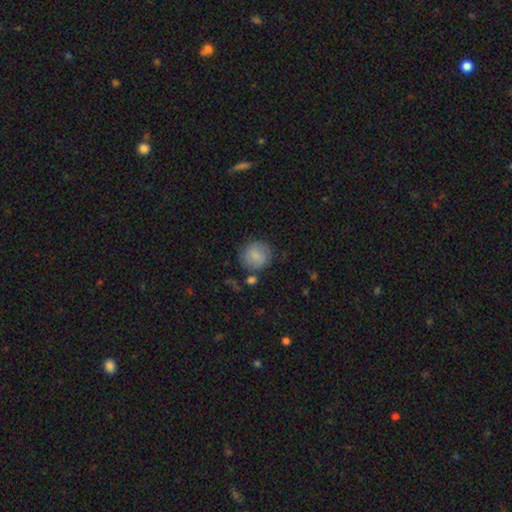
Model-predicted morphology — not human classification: smooth 83%, featured or disk 10%, star or artifact 7%. Down the decision tree: how rounded — round (89%); merging — none (76%).